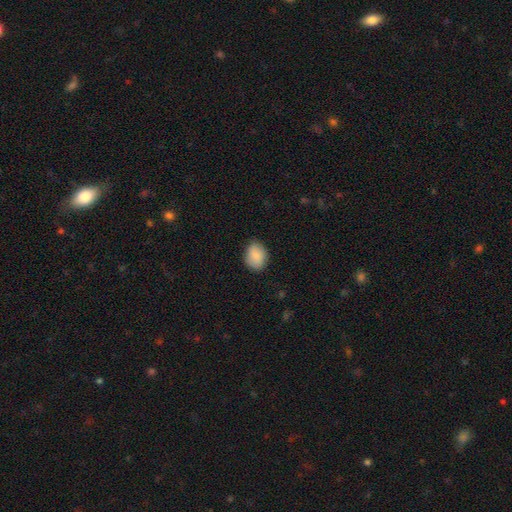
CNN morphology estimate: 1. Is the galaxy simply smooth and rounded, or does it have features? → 87% smooth, 7% star or artifact, 6% featured or disk.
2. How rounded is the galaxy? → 62% in between, 37% round, 1% cigar-shaped.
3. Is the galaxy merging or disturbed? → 84% none, 12% minor disturbance, 3% major disturbance, 1% merger.